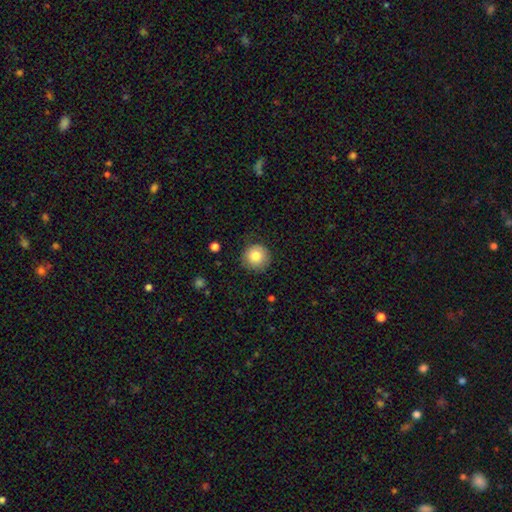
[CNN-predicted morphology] Smooth or featured: smooth — 81% (star or artifact — 9%)
How rounded: round — 94% (in between — 5%)
Merging: none — 82% (minor disturbance — 13%)